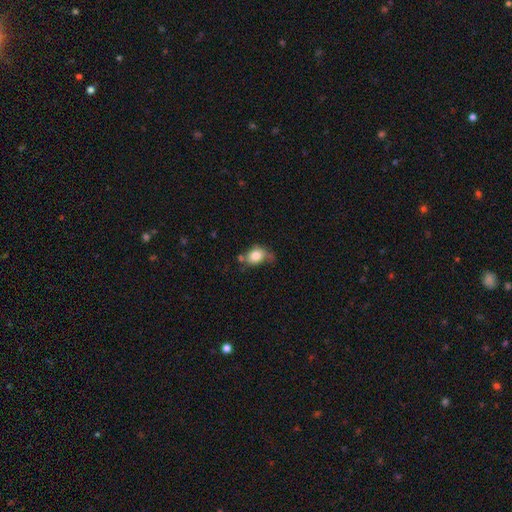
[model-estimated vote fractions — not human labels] Q: Smooth or featured?
A: smooth (80%); runner-up: featured or disk (11%)
Q: How rounded?
A: in between (56%); runner-up: round (43%)
Q: Merging?
A: none (40%); runner-up: minor disturbance (32%)